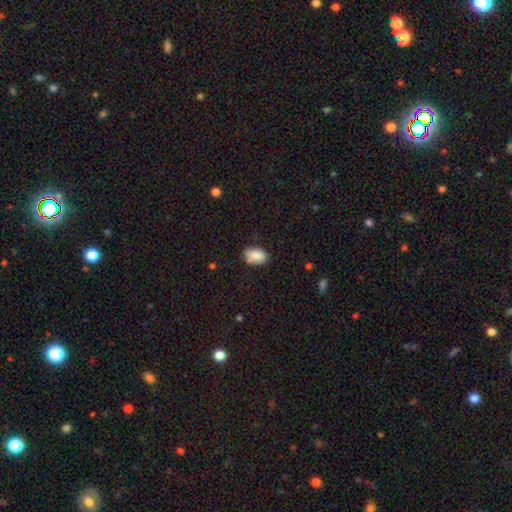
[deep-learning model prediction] Smooth or featured?
  - smooth: 86% *
  - star or artifact: 7%
  - featured or disk: 7%
How rounded?
  - in between: 89% *
  - round: 10%
  - cigar-shaped: 1%
Merging?
  - none: 72% *
  - minor disturbance: 21%
  - major disturbance: 4%
  - merger: 3%